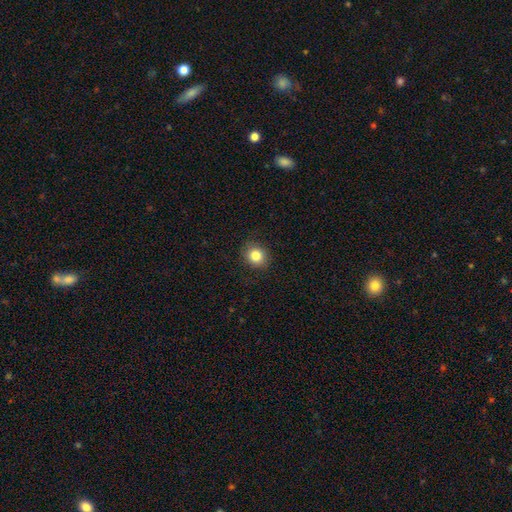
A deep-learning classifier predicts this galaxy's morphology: smooth 83%, star or artifact 10%, featured or disk 7%. Down the decision tree: how rounded — round (78%); merging — none (89%).